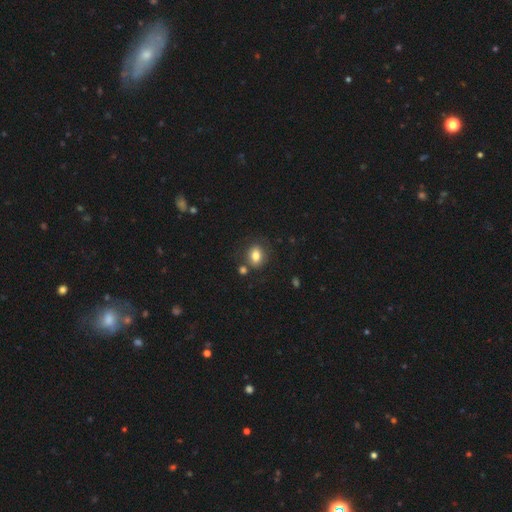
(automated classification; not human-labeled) Q: Smooth or featured?
A: smooth (80%); runner-up: featured or disk (10%)
Q: How rounded?
A: in between (59%); runner-up: round (40%)
Q: Merging?
A: none (74%); runner-up: minor disturbance (12%)